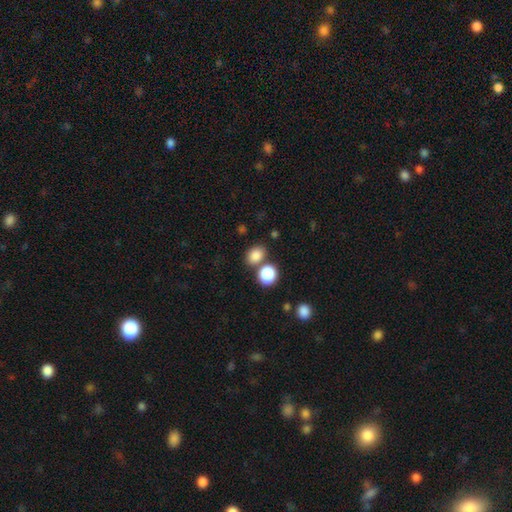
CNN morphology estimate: Smooth or featured?
  - smooth: 84% *
  - star or artifact: 11%
  - featured or disk: 5%
How rounded?
  - in between: 54% *
  - round: 45%
  - cigar-shaped: 1%
Merging?
  - none: 66% *
  - merger: 22%
  - minor disturbance: 9%
  - major disturbance: 3%